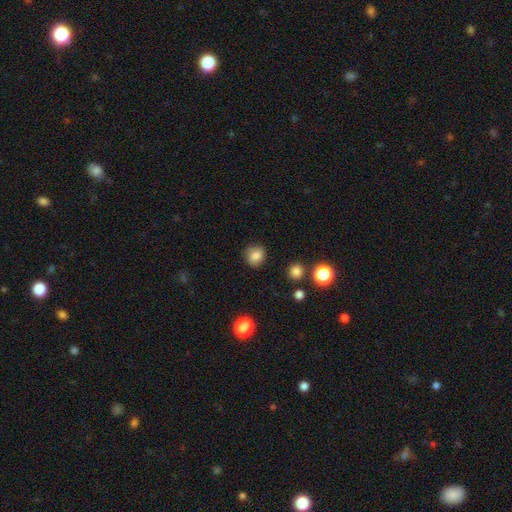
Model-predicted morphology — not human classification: A smooth galaxy with no disk features (83%) that is round (78%). Merging: none (85%).